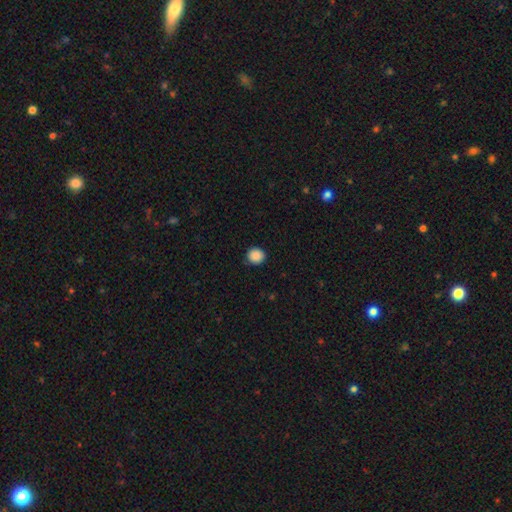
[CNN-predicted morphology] Smooth or featured?
  - smooth: 88% *
  - star or artifact: 9%
  - featured or disk: 3%
How rounded?
  - round: 91% *
  - in between: 8%
  - cigar-shaped: 1%
Merging?
  - none: 90% *
  - minor disturbance: 7%
  - major disturbance: 2%
  - merger: 1%